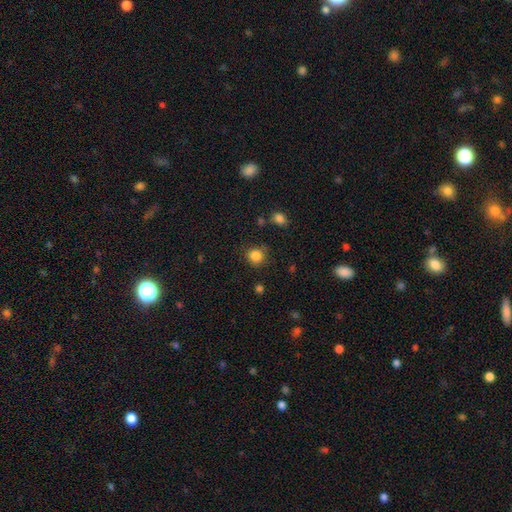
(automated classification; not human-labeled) Morphology: type=smooth (84%); roundness=round (87%); merging=none (79%).